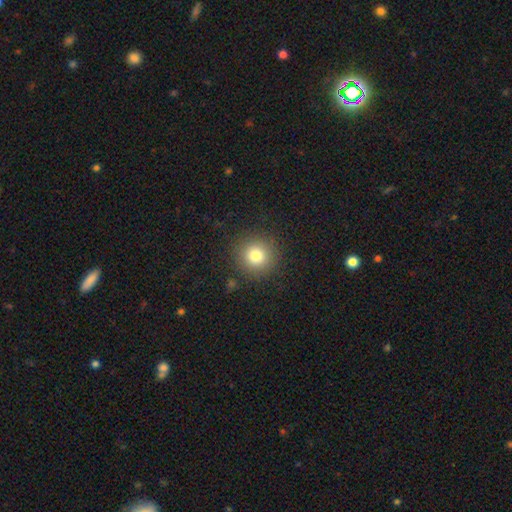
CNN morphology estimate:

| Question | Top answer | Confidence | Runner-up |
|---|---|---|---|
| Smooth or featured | smooth | 80% | star or artifact (12%) |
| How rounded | round | 94% | in between (5%) |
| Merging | none | 88% | minor disturbance (7%) |